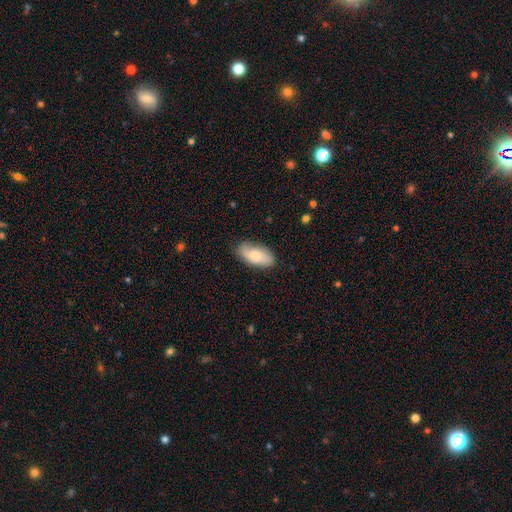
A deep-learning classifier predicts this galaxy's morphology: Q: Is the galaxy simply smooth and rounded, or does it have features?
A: smooth — 66%.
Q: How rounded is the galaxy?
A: in between — 91%.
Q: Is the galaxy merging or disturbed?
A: none — 77%.